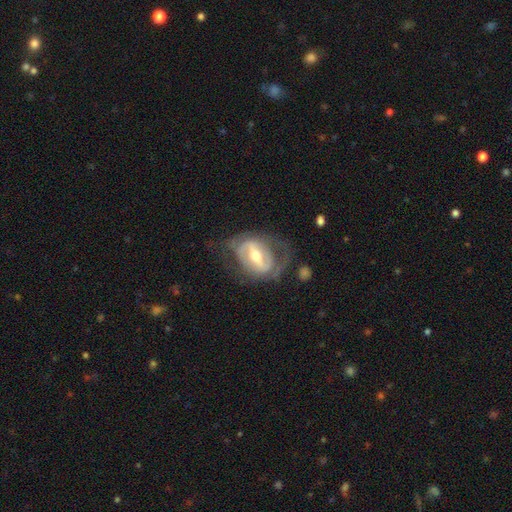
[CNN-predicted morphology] This appears to be a featured or disk galaxy (79%) with a strong bar (60%), 2 (68%) medium (40%) spiral arms (68%) and a moderate central bulge (67%). Merging: none (54%).